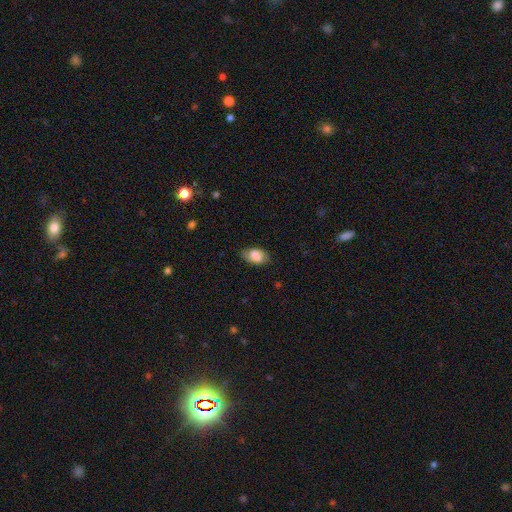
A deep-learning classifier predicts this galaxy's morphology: Overall: smooth (70%). How rounded: in between (91%). Merging: none (72%).